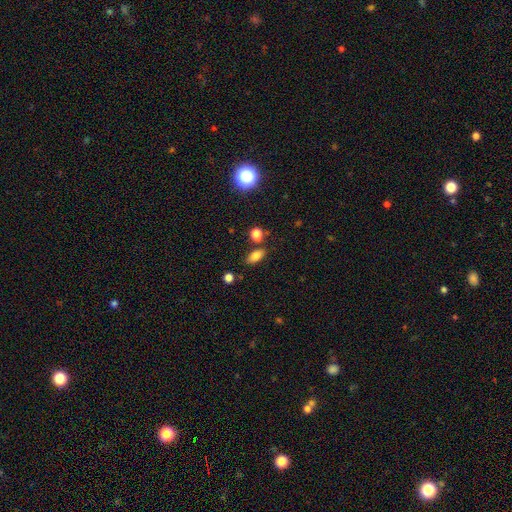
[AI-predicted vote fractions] Smooth or featured? smooth (79%)
How rounded? in between (85%)
Merging? none (76%)